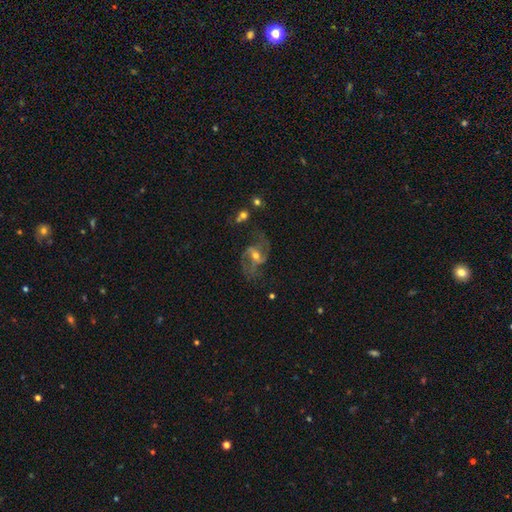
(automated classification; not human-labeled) Morphology: type=featured or disk (84%); edge-on=no (97%); bar=weak (44%); spiral arms=yes (94%); winding=loose (50%); arm count=2 (82%); bulge=moderate (58%); merging=none (60%).